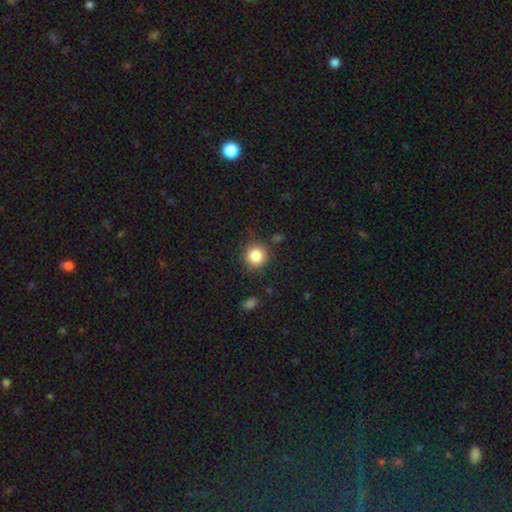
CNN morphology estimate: This appears to be a smooth galaxy with no disk features (85%) that is round (93%). Merging: none (83%).